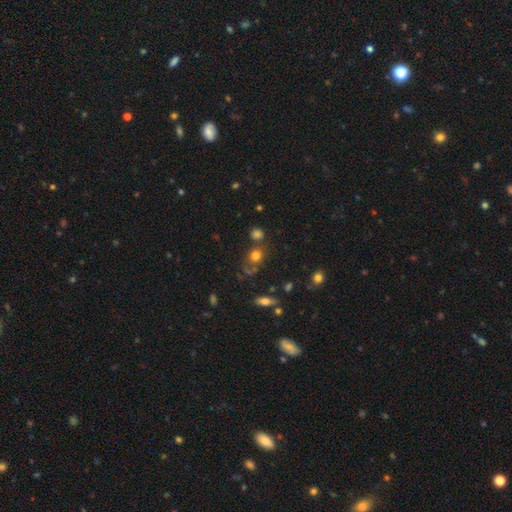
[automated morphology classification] This appears to be a smooth galaxy with no disk features (74%) that is round (79%). Merging: none (62%).